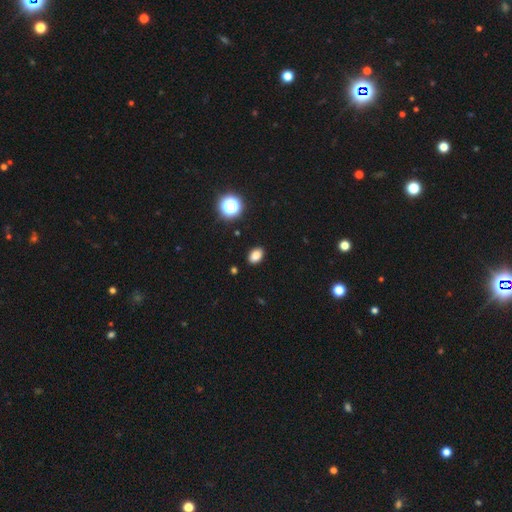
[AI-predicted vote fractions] smooth-or-featured: smooth: 83% | star or artifact: 13% | featured or disk: 4%
  how-rounded: in between: 83% | round: 16% | cigar-shaped: 1%
  merging: none: 89% | minor disturbance: 8% | major disturbance: 2% | merger: 1%